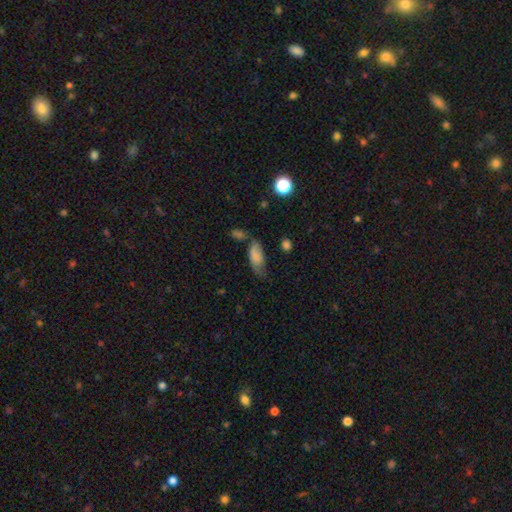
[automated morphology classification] smooth_or_featured: smooth (p=0.81) [alt: featured or disk p=0.11]
how_rounded: in between (p=0.83) [alt: cigar-shaped p=0.14]
merging: none (p=0.49) [alt: minor disturbance p=0.31]